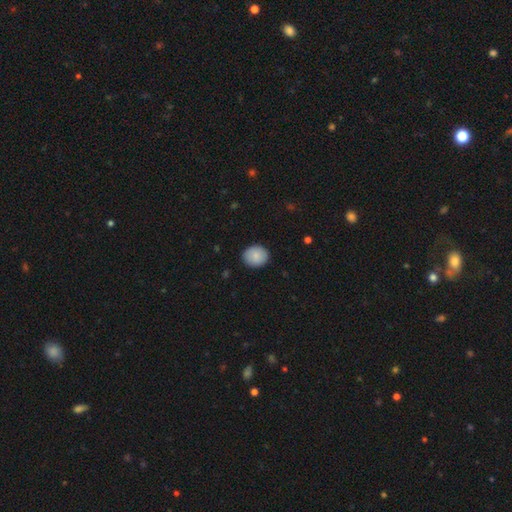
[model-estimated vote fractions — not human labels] Smooth or featured: smooth — 87% (star or artifact — 7%)
How rounded: round — 73% (in between — 26%)
Merging: none — 88% (minor disturbance — 9%)